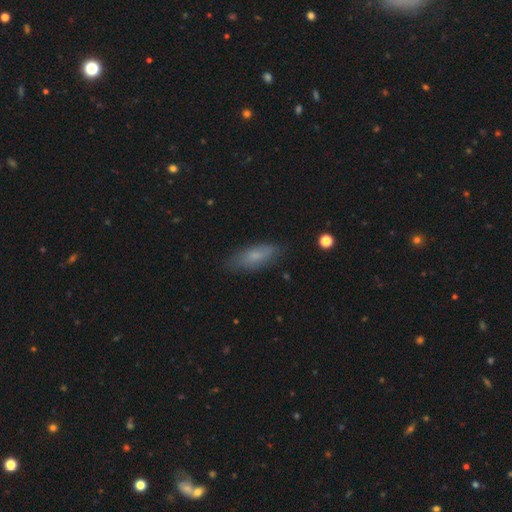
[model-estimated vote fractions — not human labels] smooth 75%, featured or disk 18%, star or artifact 8%. Down the decision tree: how rounded — in between (72%); merging — none (79%).